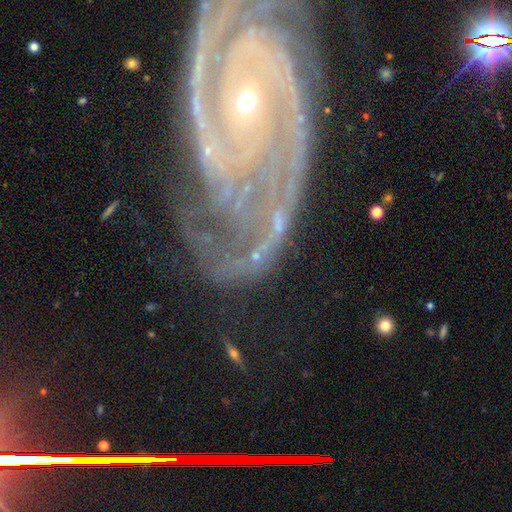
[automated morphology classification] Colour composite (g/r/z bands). It shows a featured or disk galaxy (52%). Merging: none (58%).